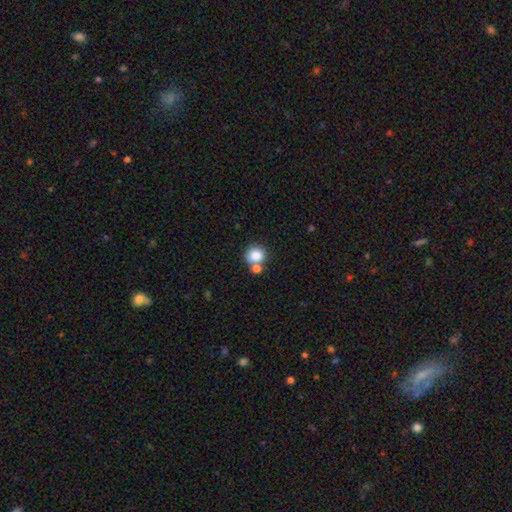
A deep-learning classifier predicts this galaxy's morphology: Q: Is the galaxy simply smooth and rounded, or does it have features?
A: smooth — 83%.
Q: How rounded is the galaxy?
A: round — 85%.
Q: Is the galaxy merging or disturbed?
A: none — 58%.